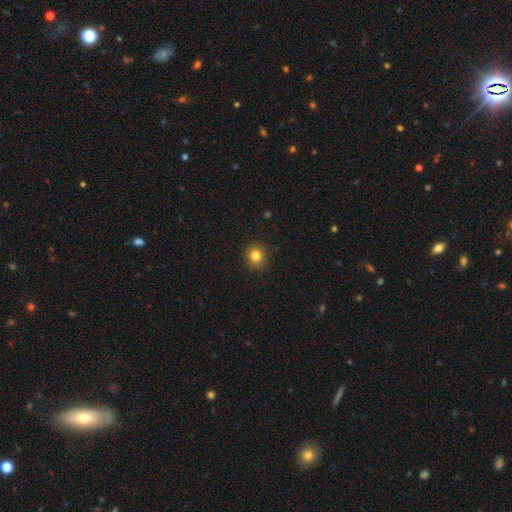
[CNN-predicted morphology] A smooth galaxy with no disk features (82%) that is round (88%).

Vote fractions:
- Smooth or featured? smooth: 82% / star or artifact: 12% / featured or disk: 6%
- How rounded? round: 88% / in between: 11% / cigar-shaped: 1%
- Merging? none: 89% / minor disturbance: 8% / major disturbance: 2% / merger: 1%